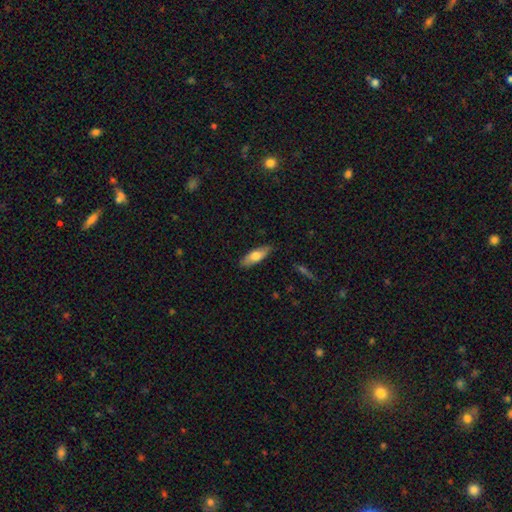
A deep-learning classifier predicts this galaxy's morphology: This is likely a smooth galaxy (68%). How rounded: possibly in between (58%). Merging: clearly none (86%).